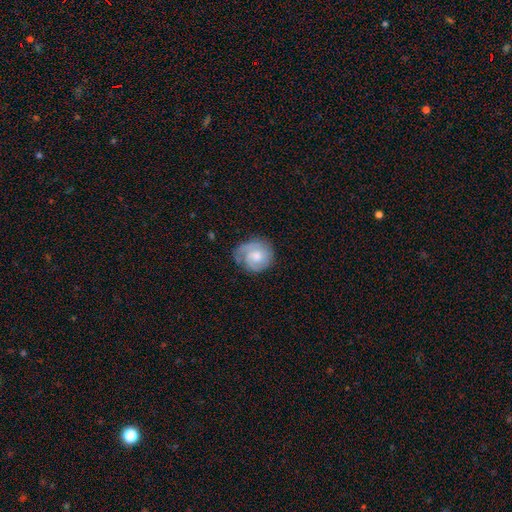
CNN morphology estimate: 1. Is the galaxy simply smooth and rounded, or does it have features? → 60% featured or disk, 34% smooth, 6% star or artifact.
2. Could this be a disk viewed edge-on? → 98% no, 2% yes.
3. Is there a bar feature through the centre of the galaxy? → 72% no, 25% weak, 3% strong.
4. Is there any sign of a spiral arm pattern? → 90% yes, 10% no.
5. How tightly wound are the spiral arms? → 60% tight, 29% medium, 11% loose.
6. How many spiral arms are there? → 31% 2, 29% 1, 23% can't tell, 10% 3, 3% 4, 2% more than 4.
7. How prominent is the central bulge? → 53% moderate, 31% small, 10% large, 5% none, 2% dominant.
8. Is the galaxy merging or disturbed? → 65% none, 24% minor disturbance, 10% major disturbance, 1% merger.